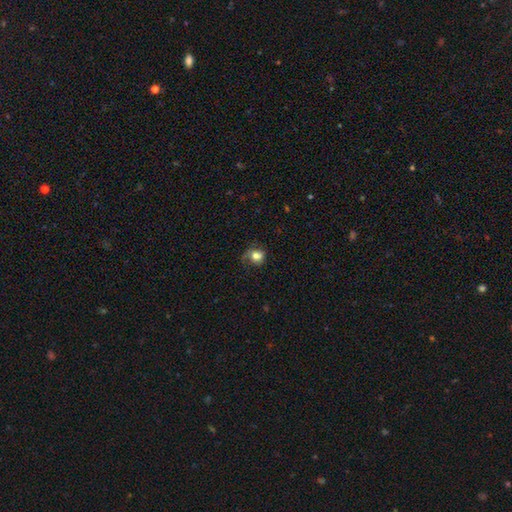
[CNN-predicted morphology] smooth 69%, featured or disk 21%, star or artifact 11%. Down the decision tree: how rounded — round (62%); merging — none (46%).